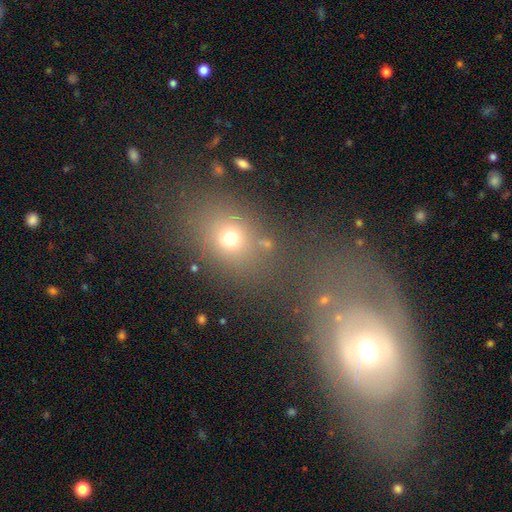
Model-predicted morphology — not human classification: type=smooth (45%); merging=none (50%).